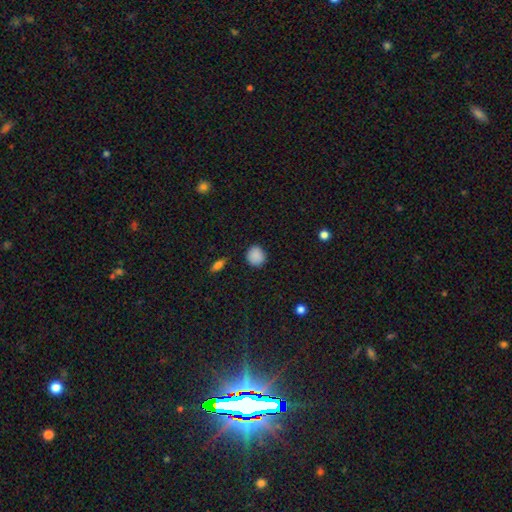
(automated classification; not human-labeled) Smooth or featured? smooth (87%)
How rounded? round (88%)
Merging? none (86%)